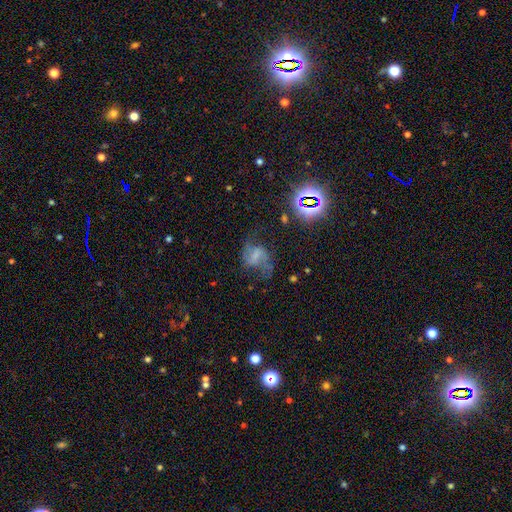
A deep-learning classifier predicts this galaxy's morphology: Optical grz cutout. It shows a featured or disk galaxy (64%) with a weak bar (43%), 2 (87%) loose (62%) spiral arms (84%) and no central bulge (52%). Merging: none (51%).